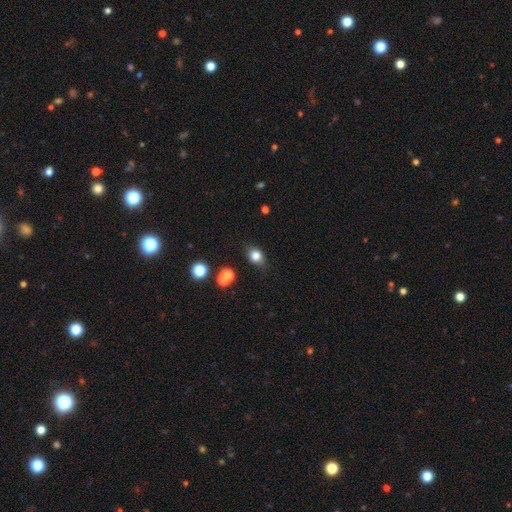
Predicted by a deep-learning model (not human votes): Morphology: type=smooth (77%); roundness=in between (54%); merging=none (72%).